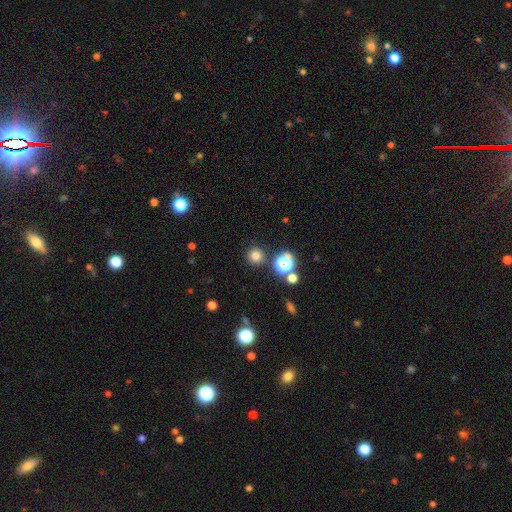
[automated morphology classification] This appears to be a smooth galaxy with no disk features (74%) that is round (95%). Merging: none (86%).